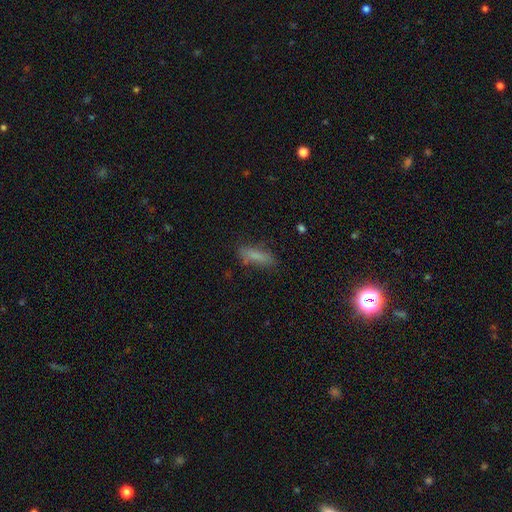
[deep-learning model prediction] Smooth or featured? smooth (77%)
How rounded? cigar-shaped (54%)
Merging? none (74%)